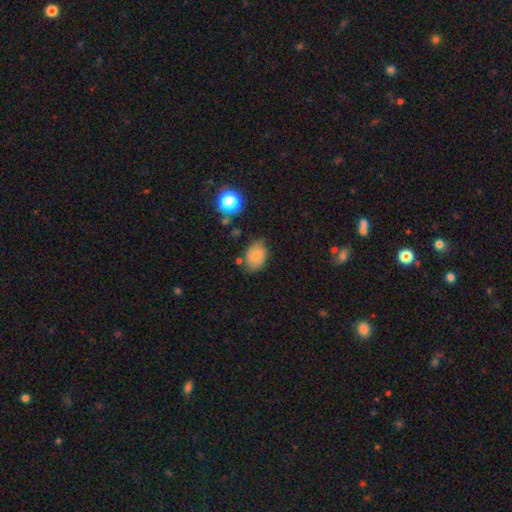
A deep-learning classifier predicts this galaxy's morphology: Smooth or featured?
  - smooth: 69% *
  - featured or disk: 21%
  - star or artifact: 10%
How rounded?
  - in between: 77% *
  - round: 22%
  - cigar-shaped: 1%
Merging?
  - none: 70% *
  - minor disturbance: 21%
  - major disturbance: 5%
  - merger: 4%